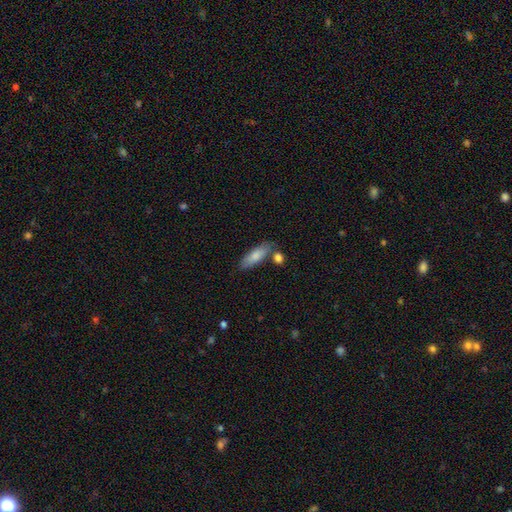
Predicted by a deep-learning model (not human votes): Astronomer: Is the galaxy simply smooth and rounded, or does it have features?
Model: smooth — 79%.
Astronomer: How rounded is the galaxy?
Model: in between — 57% (runner-up: cigar-shaped, 40%).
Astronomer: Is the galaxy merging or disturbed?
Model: none — 69%.